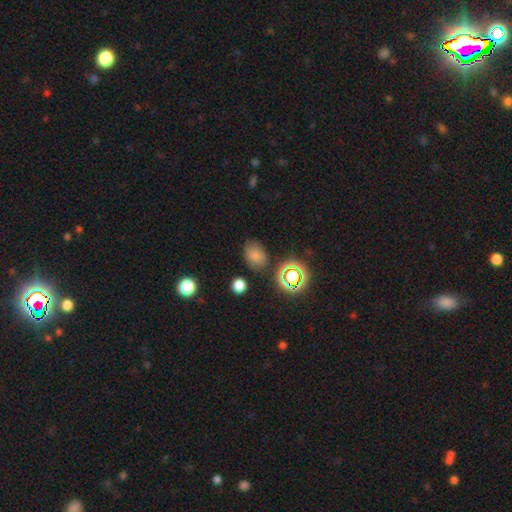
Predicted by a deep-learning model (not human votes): smooth 72%, star or artifact 19%, featured or disk 9%. Down the decision tree: how rounded — in between (68%); merging — none (75%).